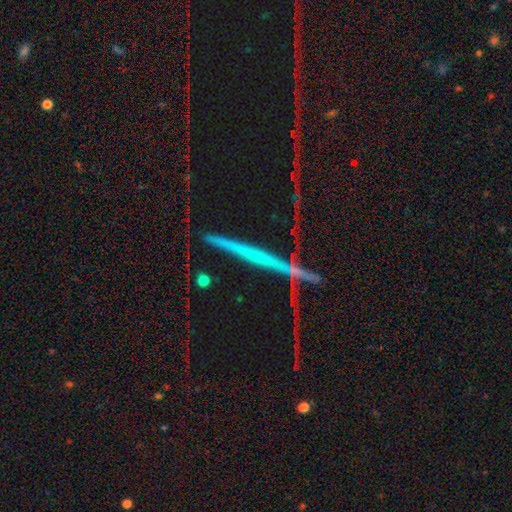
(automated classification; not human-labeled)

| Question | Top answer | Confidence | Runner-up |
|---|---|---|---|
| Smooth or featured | featured or disk | 49% | star or artifact (33%) |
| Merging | none | 78% | minor disturbance (11%) |